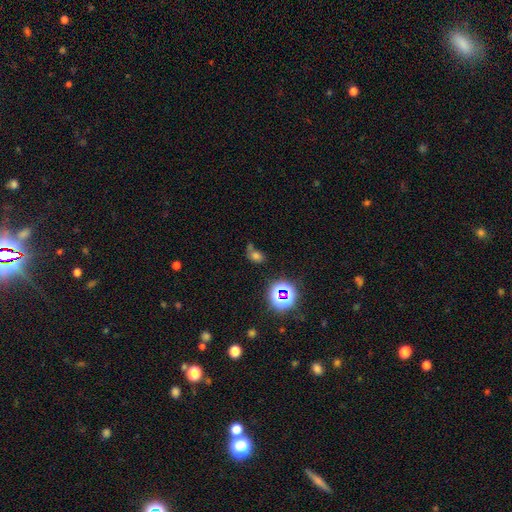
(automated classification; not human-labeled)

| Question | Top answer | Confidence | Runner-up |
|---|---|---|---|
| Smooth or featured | smooth | 61% | star or artifact (28%) |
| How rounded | in between | 68% | round (30%) |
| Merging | none | 47% | merger (25%) |